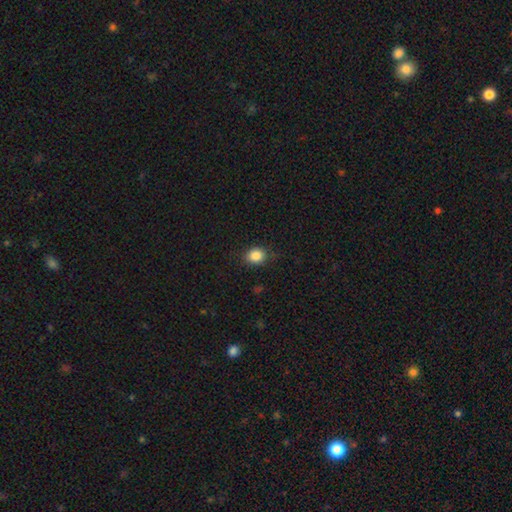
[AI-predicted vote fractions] A smooth galaxy with no disk features (86%) that is round (63%).

Vote fractions:
- Smooth or featured? smooth: 86% / star or artifact: 10% / featured or disk: 4%
- How rounded? round: 63% / in between: 36% / cigar-shaped: 1%
- Merging? none: 83% / minor disturbance: 13% / major disturbance: 3% / merger: 1%